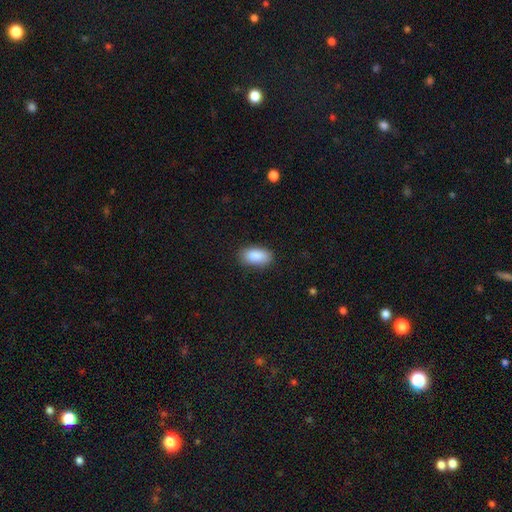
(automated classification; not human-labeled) Q: Smooth or featured?
A: smooth (89%); runner-up: star or artifact (7%)
Q: How rounded?
A: in between (93%); runner-up: cigar-shaped (4%)
Q: Merging?
A: none (82%); runner-up: minor disturbance (14%)